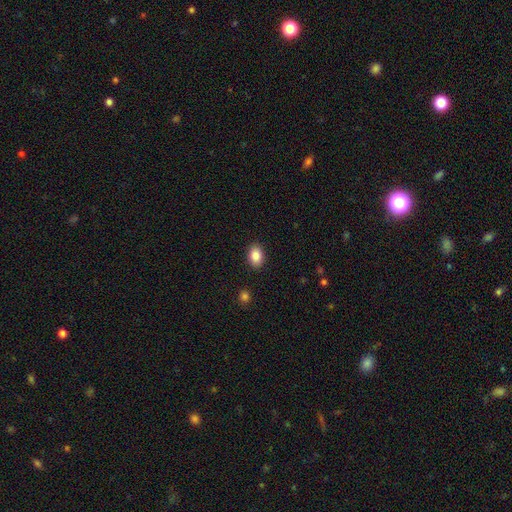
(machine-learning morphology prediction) A smooth galaxy with no disk features (86%) that is in between round and cigar-shaped (81%).

Vote fractions:
- Smooth or featured? smooth: 86% / star or artifact: 8% / featured or disk: 6%
- How rounded? in between: 81% / round: 18% / cigar-shaped: 1%
- Merging? none: 89% / minor disturbance: 8% / major disturbance: 2% / merger: 1%